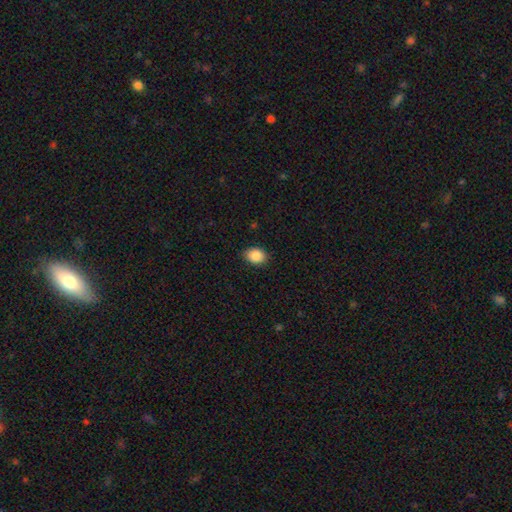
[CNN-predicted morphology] type=smooth (87%); roundness=in between (65%); merging=none (85%).